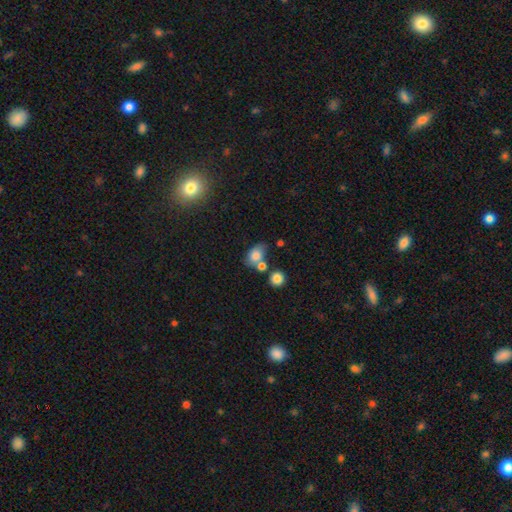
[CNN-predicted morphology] smooth-or-featured: smooth: 77% | featured or disk: 13% | star or artifact: 10%
  how-rounded: in between: 76% | round: 22% | cigar-shaped: 2%
  merging: none: 46% | merger: 28% | minor disturbance: 19% | major disturbance: 8%